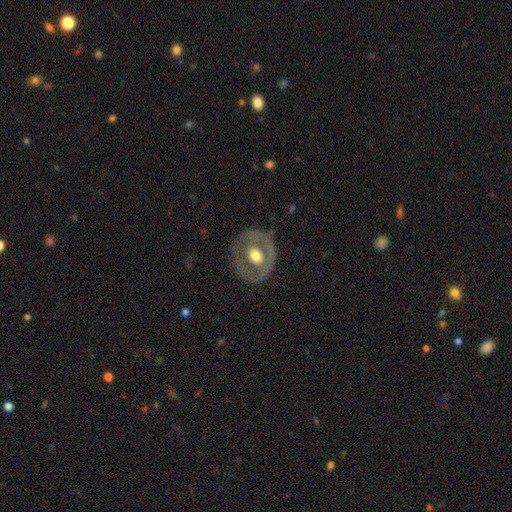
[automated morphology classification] A featured or disk galaxy (56%) with no bar (83%), no spiral arms (87%) and a moderate central bulge (64%). Merging: none (74%).